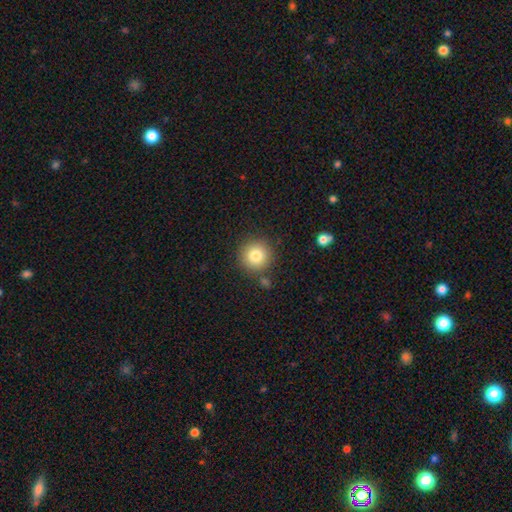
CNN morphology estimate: smooth-or-featured: smooth: 81% | star or artifact: 11% | featured or disk: 8%
  how-rounded: round: 95% | in between: 5% | cigar-shaped: 1%
  merging: none: 85% | minor disturbance: 8% | merger: 4% | major disturbance: 3%